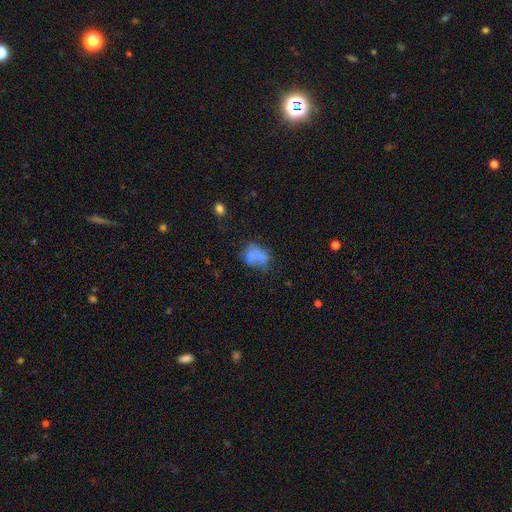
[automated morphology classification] smooth-or-featured: smooth: 64% | featured or disk: 23% | star or artifact: 13%
  how-rounded: in between: 69% | round: 29% | cigar-shaped: 2%
  merging: none: 38% | minor disturbance: 27% | major disturbance: 22% | merger: 13%